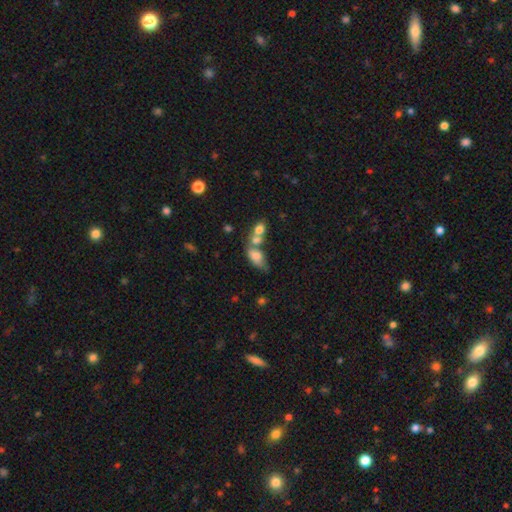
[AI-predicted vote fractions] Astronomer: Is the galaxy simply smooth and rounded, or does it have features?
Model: smooth — 72%.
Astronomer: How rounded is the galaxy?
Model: in between — 85%.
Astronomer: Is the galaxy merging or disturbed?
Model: merger — 50% (runner-up: none, 26%).